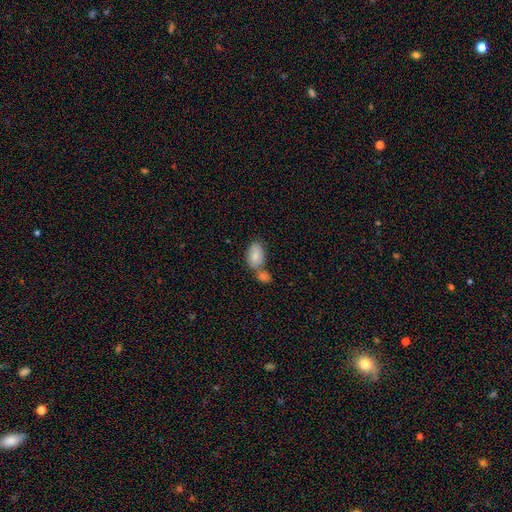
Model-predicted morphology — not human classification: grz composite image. It shows a smooth galaxy with no disk features (81%) that is in between round and cigar-shaped (91%). Merging: merger (44%).